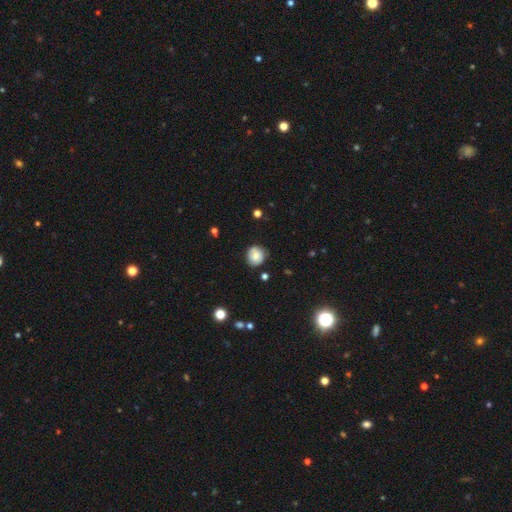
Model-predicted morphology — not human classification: smooth 71%, featured or disk 19%, star or artifact 10%. Down the decision tree: how rounded — round (87%); merging — none (77%).